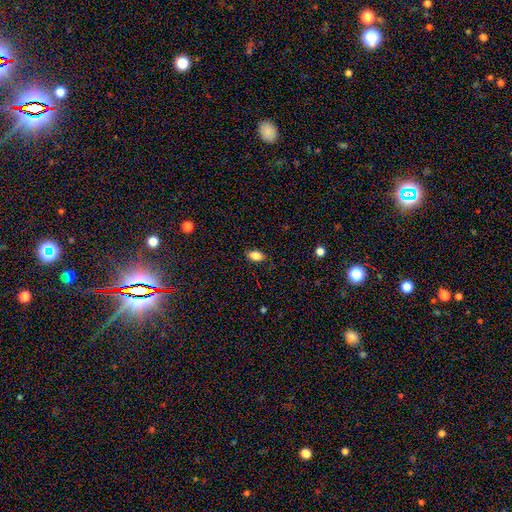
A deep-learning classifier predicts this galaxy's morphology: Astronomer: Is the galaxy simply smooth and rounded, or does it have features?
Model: smooth — 84%.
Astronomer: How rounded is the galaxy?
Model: in between — 90%.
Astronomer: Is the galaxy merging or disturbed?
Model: none — 83%.